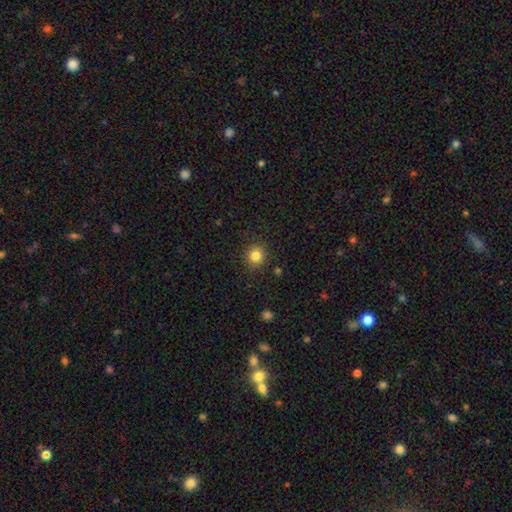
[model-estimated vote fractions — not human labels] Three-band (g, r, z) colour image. It shows a smooth galaxy with no disk features (83%) that is round (85%). Merging: none (89%).